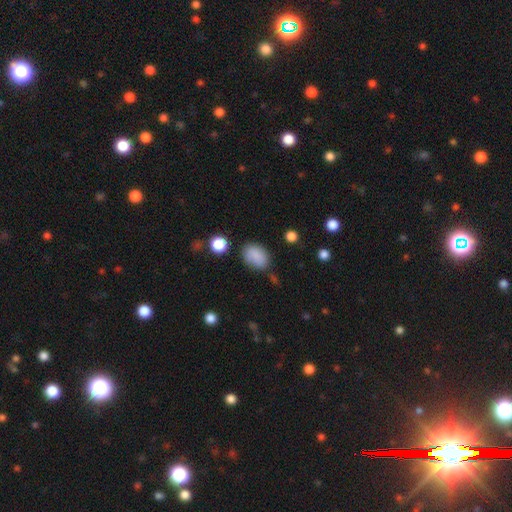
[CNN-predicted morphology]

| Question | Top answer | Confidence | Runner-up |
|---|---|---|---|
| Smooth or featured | smooth | 85% | star or artifact (9%) |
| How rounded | in between | 75% | round (23%) |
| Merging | none | 70% | minor disturbance (20%) |